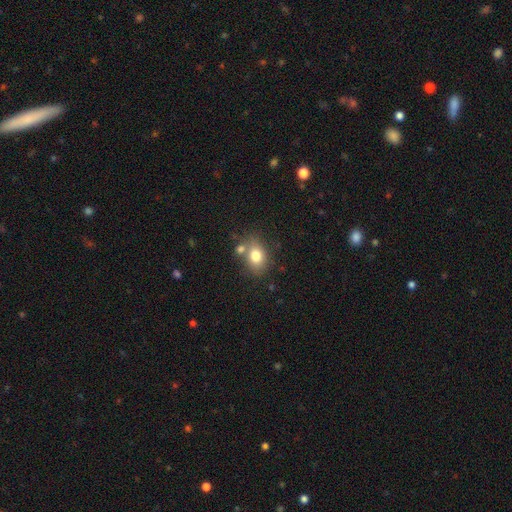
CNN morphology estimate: smooth-or-featured: smooth: 78% | featured or disk: 12% | star or artifact: 10%
  how-rounded: in between: 65% | round: 34% | cigar-shaped: 1%
  merging: none: 61% | merger: 20% | minor disturbance: 14% | major disturbance: 4%